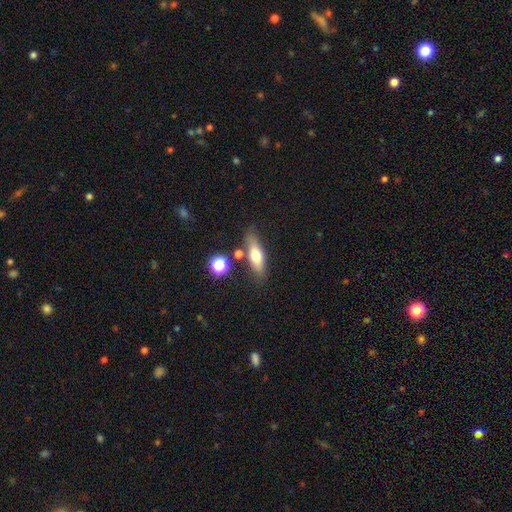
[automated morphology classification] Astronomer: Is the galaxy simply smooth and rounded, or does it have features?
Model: smooth — 63%.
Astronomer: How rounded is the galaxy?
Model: in between — 53% (runner-up: cigar-shaped, 42%).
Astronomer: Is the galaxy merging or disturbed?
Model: none — 74%.